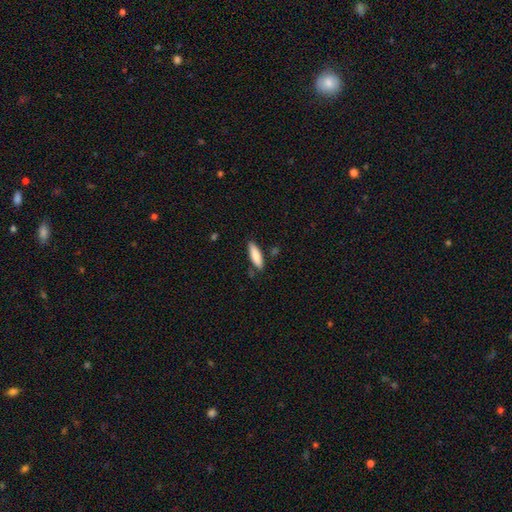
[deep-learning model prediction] The model was most divided on "how rounded": cigar-shaped: 58%, in between: 41%, round: 2%. More confident: smooth or featured — smooth (85%); merging — none (80%).